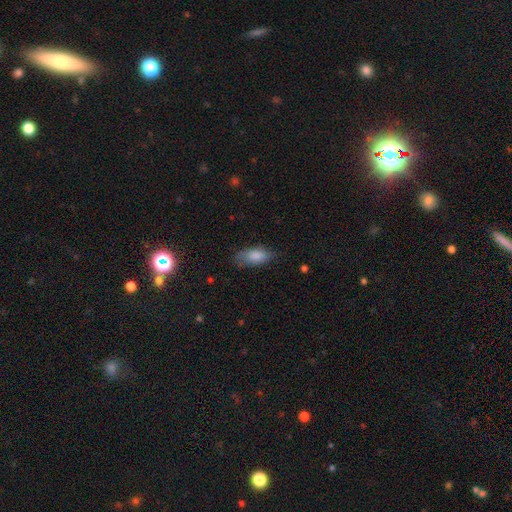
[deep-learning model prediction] This appears to be a smooth galaxy with no disk features (81%) that is in between round and cigar-shaped (87%). Merging: none (65%).